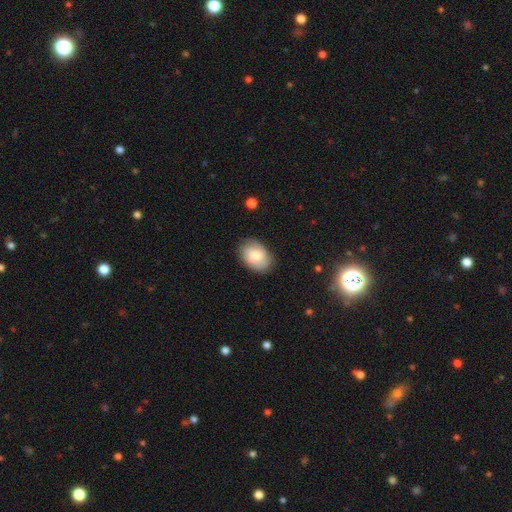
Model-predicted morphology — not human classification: smooth-or-featured: smooth: 67% | featured or disk: 26% | star or artifact: 7%
  how-rounded: in between: 79% | round: 20% | cigar-shaped: 1%
  merging: none: 80% | minor disturbance: 15% | major disturbance: 3% | merger: 1%